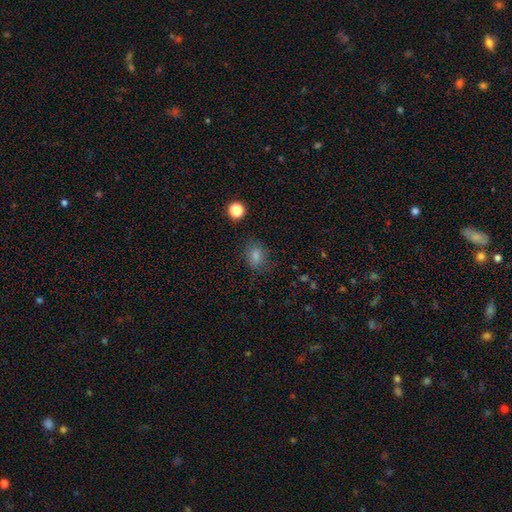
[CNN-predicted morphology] The model was most divided on "how rounded": in between: 50%, round: 49%, cigar-shaped: 1%. More confident: merging — none (78%); smooth or featured — smooth (72%).